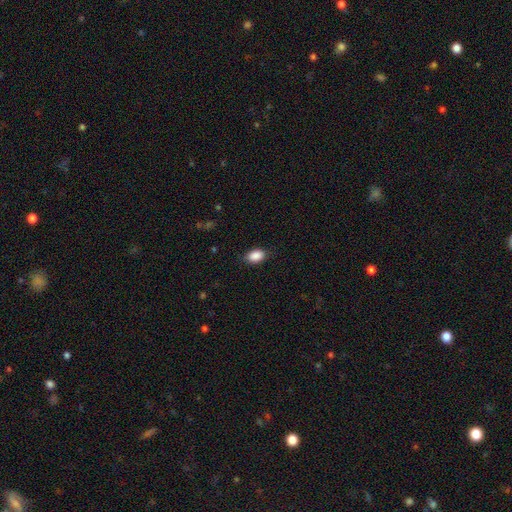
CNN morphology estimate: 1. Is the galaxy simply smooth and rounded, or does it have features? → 89% smooth, 7% star or artifact, 4% featured or disk.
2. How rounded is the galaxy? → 87% in between, 12% round, 1% cigar-shaped.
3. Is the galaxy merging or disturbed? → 83% none, 14% minor disturbance, 3% major disturbance, 1% merger.